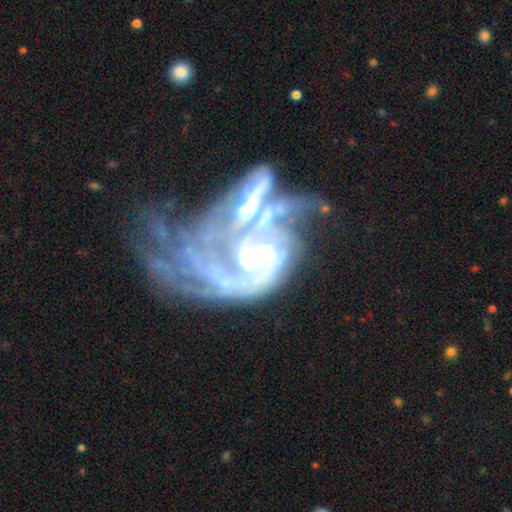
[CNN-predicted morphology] The model was most divided on "spiral winding": tight: 42%, medium: 39%, loose: 20%. Remaining: edge-on disk — no (97%); spiral arms — yes (90%); smooth or featured — featured or disk (88%); merging — merger (52%); bar — no (50%); bulge size — moderate (45%); spiral arm count — 2 (35%).